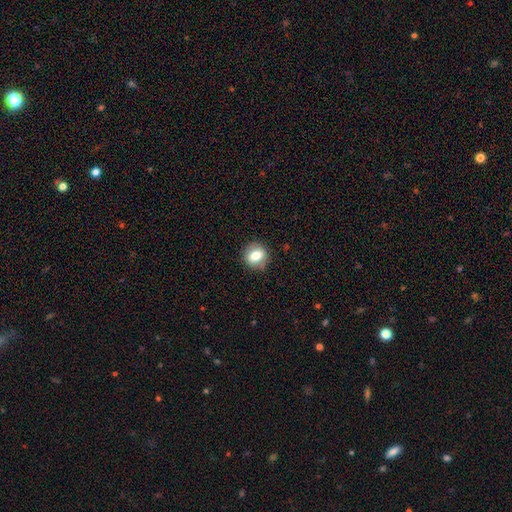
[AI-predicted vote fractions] Morphology: type=smooth (76%); roundness=round (78%); merging=none (87%).